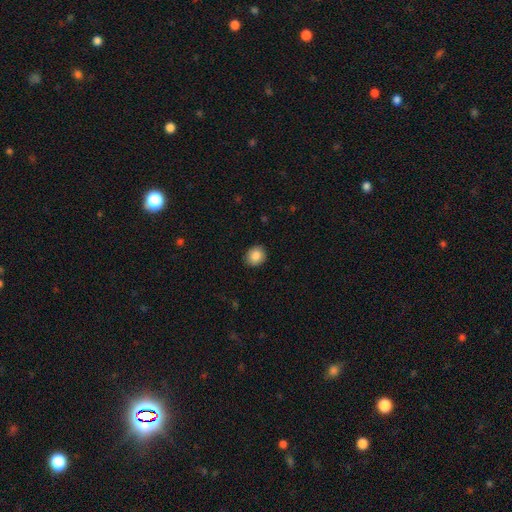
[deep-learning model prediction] Overall: smooth (86%). How rounded: round (81%). Merging: none (90%).